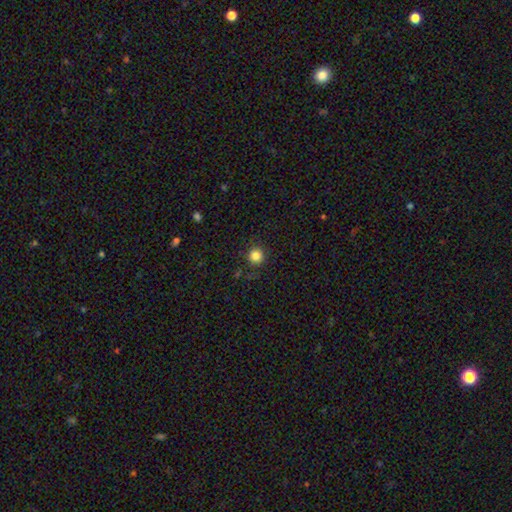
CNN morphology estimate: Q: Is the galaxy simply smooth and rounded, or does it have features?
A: smooth — 84%.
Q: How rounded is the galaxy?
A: round — 95%.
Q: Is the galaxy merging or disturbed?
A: none — 90%.